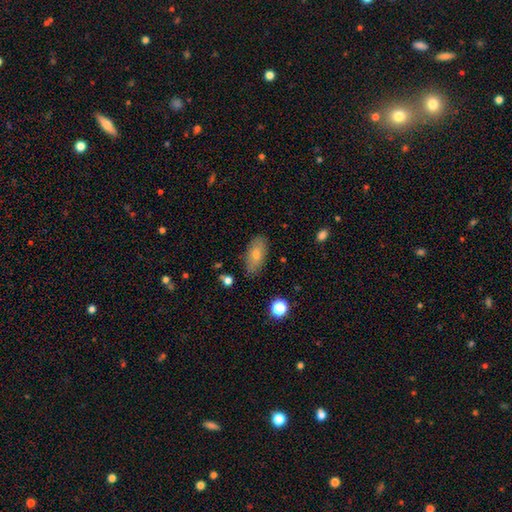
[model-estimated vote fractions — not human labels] smooth 72%, featured or disk 19%, star or artifact 9%. Down the decision tree: how rounded — in between (87%); merging — none (83%).